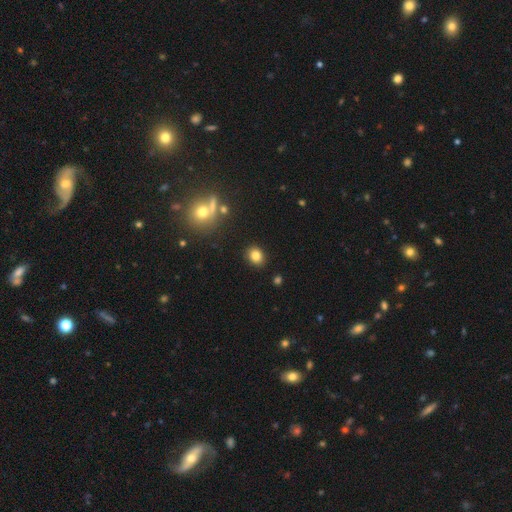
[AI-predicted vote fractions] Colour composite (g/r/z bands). It shows a smooth galaxy with no disk features (82%) that is round (56%). Merging: none (89%).